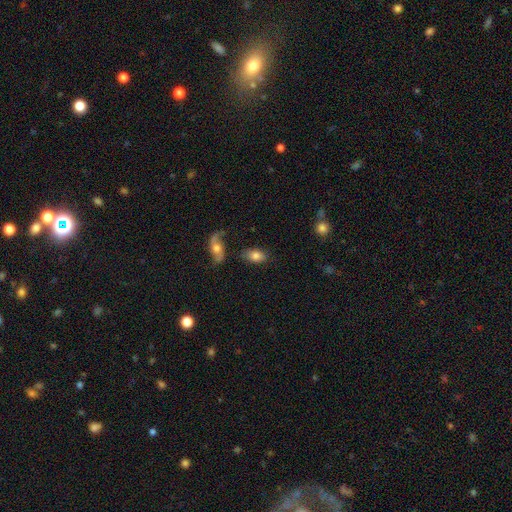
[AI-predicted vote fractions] A smooth galaxy with no disk features (78%) that is in between round and cigar-shaped (90%).

Vote fractions:
- Smooth or featured? smooth: 78% / featured or disk: 15% / star or artifact: 8%
- How rounded? in between: 90% / round: 8% / cigar-shaped: 2%
- Merging? none: 74% / minor disturbance: 15% / merger: 6% / major disturbance: 5%